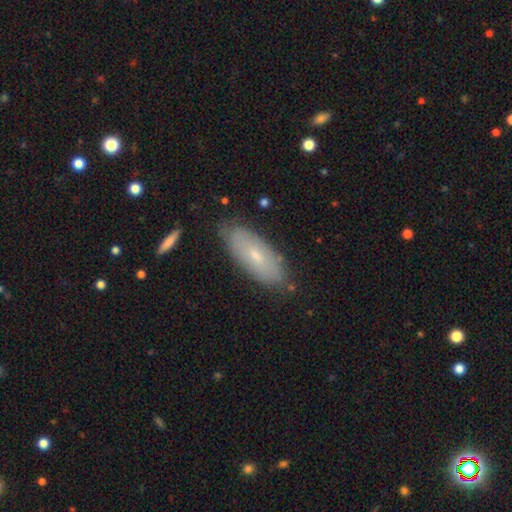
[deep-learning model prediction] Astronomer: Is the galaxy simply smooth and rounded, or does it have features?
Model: smooth — 56% (runner-up: featured or disk, 37%).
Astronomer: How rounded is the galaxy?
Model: in between — 77%.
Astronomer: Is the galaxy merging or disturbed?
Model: none — 79%.